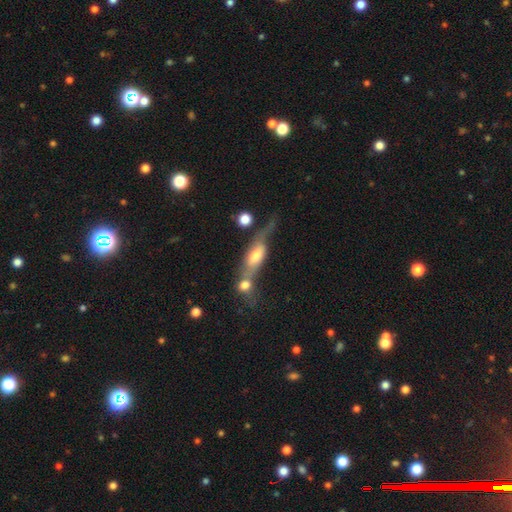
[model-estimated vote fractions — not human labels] A featured or disk galaxy (55%) viewed edge-on (56%). Merging: merger (39%).